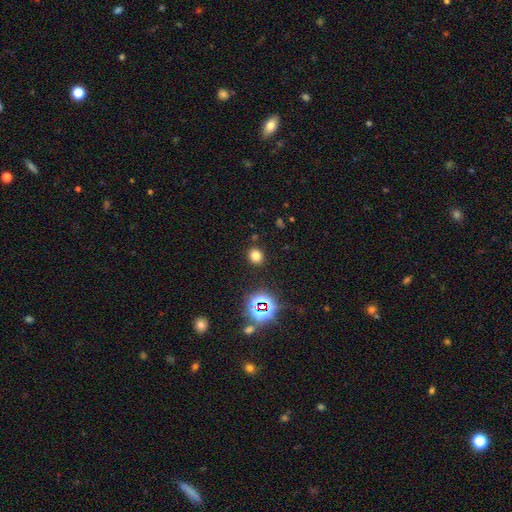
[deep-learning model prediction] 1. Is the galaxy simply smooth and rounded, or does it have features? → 72% smooth, 21% star or artifact, 6% featured or disk.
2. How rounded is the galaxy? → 78% round, 21% in between, 1% cigar-shaped.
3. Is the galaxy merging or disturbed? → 88% none, 7% minor disturbance, 3% major disturbance, 2% merger.